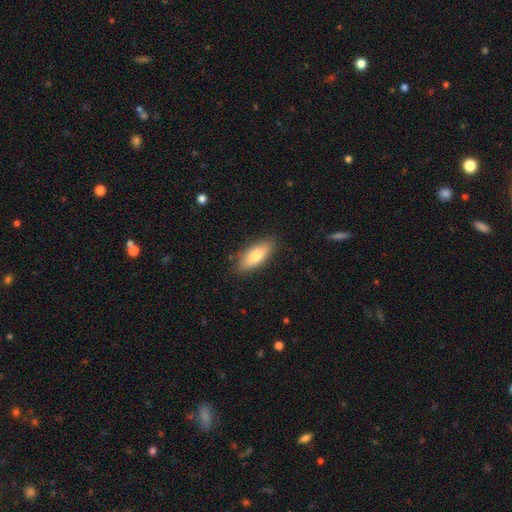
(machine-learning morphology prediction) type=smooth (75%); roundness=in between (72%); merging=none (86%).